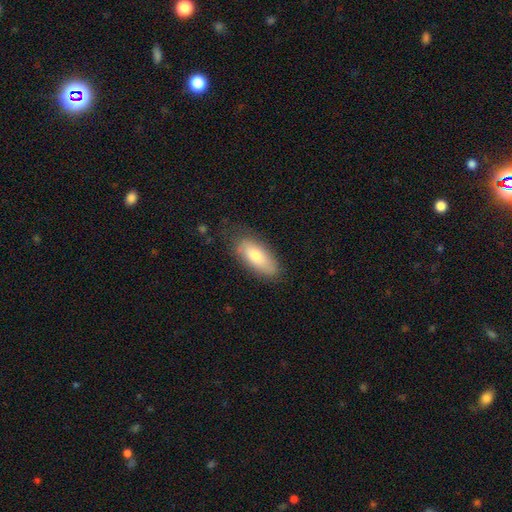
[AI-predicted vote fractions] This appears to be a smooth galaxy with no disk features (73%) that is in between round and cigar-shaped (81%). Merging: none (75%).